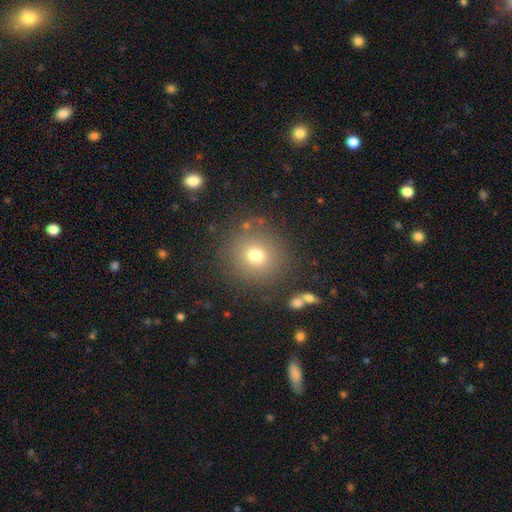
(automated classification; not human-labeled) Overall: smooth (73%). How rounded: round (91%). Merging: none (84%).